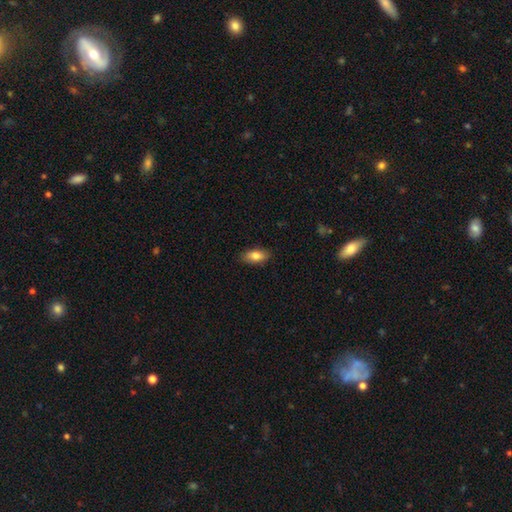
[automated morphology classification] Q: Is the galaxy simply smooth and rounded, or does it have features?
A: smooth — 81%.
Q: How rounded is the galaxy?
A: in between — 86%.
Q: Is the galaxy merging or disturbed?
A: none — 87%.